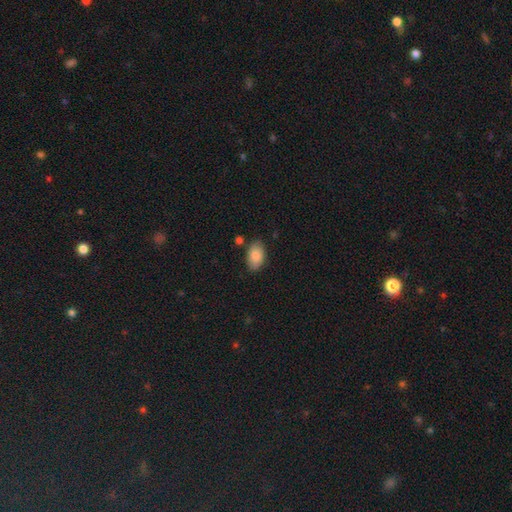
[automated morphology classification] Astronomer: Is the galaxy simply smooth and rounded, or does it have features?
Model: smooth — 85%.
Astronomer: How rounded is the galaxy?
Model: in between — 92%.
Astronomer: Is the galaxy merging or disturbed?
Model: none — 78%.